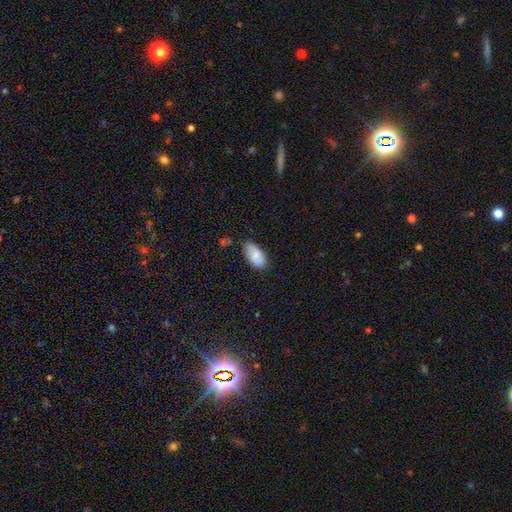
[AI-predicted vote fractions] A smooth galaxy with no disk features (83%) that is in between round and cigar-shaped (95%).

Vote fractions:
- Smooth or featured? smooth: 83% / featured or disk: 11% / star or artifact: 7%
- How rounded? in between: 95% / round: 3% / cigar-shaped: 3%
- Merging? none: 71% / minor disturbance: 23% / major disturbance: 4% / merger: 2%